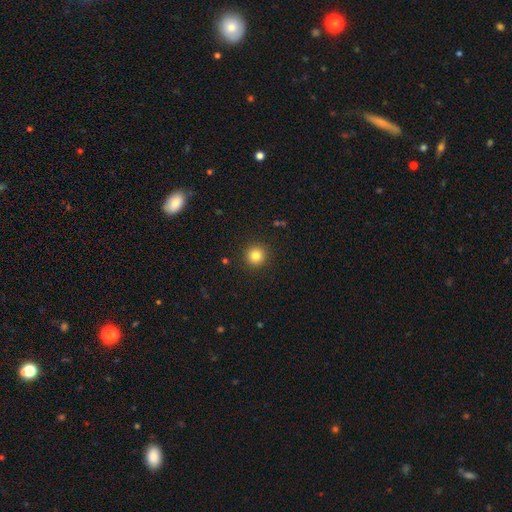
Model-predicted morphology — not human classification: This is clearly a smooth galaxy (83%). How rounded: clearly round (95%). Merging: clearly none (92%).